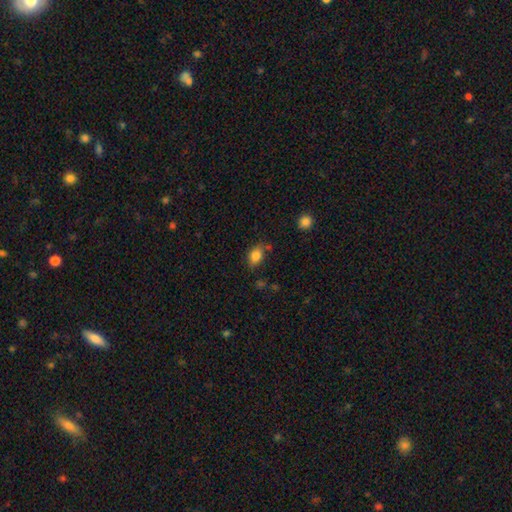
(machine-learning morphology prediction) This is clearly a smooth galaxy (83%). How rounded: clearly in between (83%). Merging: likely none (69%).